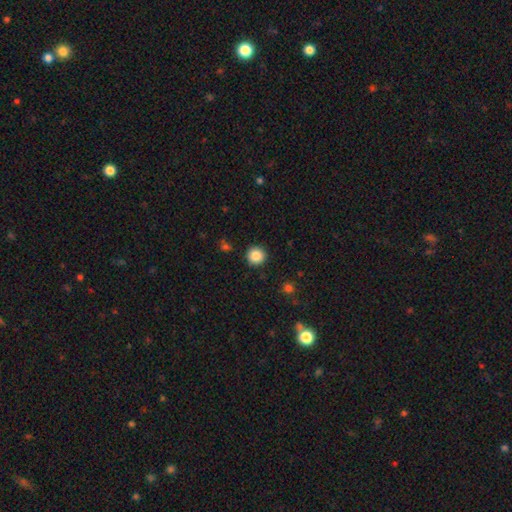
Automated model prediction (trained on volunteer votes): smooth 86%, star or artifact 10%, featured or disk 4%. Down the decision tree: how rounded — round (95%); merging — none (92%).